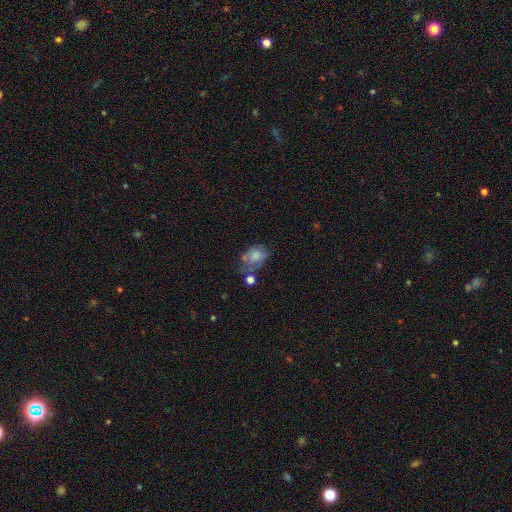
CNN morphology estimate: smooth_or_featured: smooth (p=0.68) [alt: featured or disk p=0.21]
how_rounded: in between (p=0.67) [alt: round p=0.32]
merging: none (p=0.35) [alt: minor disturbance p=0.27]